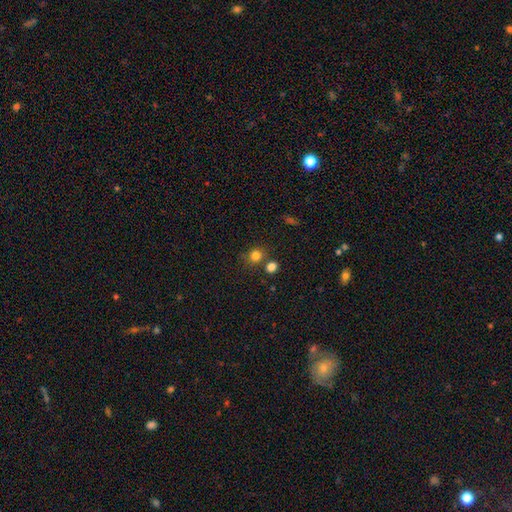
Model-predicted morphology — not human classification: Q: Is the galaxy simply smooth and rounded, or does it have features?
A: smooth — 81%.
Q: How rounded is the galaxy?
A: round — 81%.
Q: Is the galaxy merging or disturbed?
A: none — 70%.